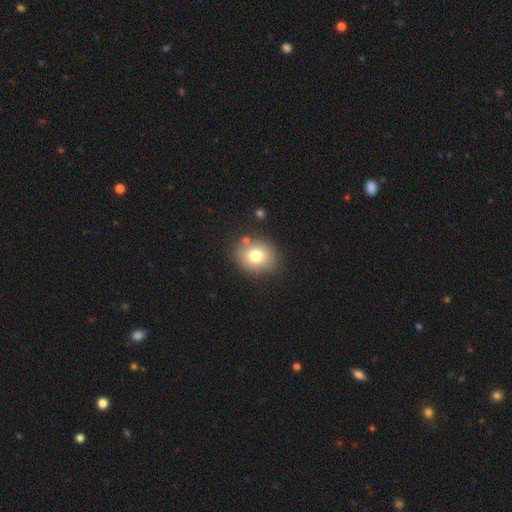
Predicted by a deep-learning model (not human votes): Smooth or featured?
  - smooth: 78% *
  - featured or disk: 11%
  - star or artifact: 11%
How rounded?
  - round: 64% *
  - in between: 35%
  - cigar-shaped: 1%
Merging?
  - none: 82% *
  - minor disturbance: 10%
  - merger: 5%
  - major disturbance: 3%